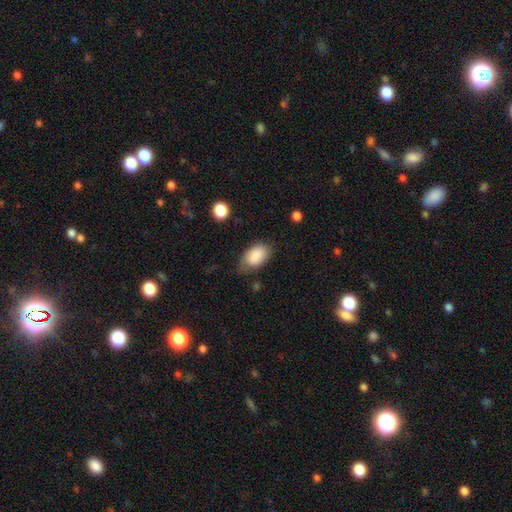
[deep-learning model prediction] A smooth galaxy with no disk features (86%) that is in between round and cigar-shaped (92%). Merging: none (61%).